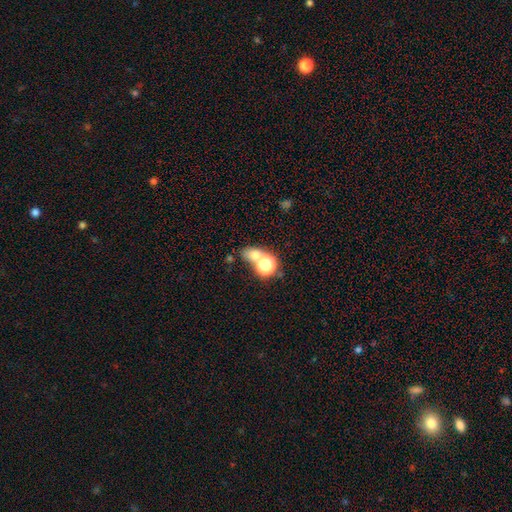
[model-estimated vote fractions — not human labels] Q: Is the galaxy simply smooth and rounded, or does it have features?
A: smooth — 65%.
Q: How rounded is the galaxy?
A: round — 53%.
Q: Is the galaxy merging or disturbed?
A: none — 45%.